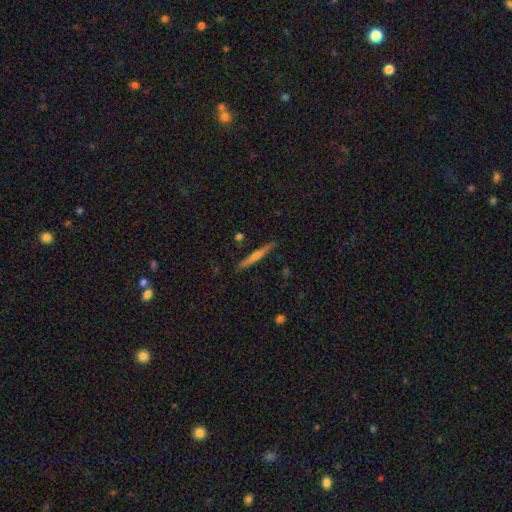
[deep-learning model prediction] Smooth or featured?
  - featured or disk: 53% *
  - smooth: 41%
  - star or artifact: 6%
Edge-on disk?
  - yes: 97% *
  - no: 3%
Edge-on bulge?
  - rounded: 56% *
  - none: 36%
  - boxy: 8%
Merging?
  - none: 89% *
  - minor disturbance: 8%
  - merger: 2%
  - major disturbance: 2%